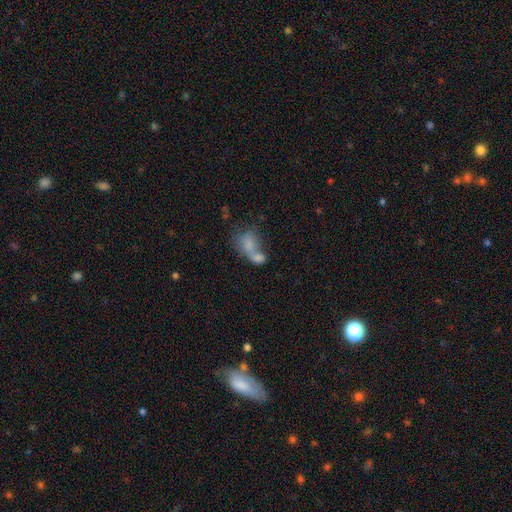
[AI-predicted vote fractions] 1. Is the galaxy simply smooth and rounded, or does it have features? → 71% smooth, 19% featured or disk, 10% star or artifact.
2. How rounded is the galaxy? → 75% in between, 22% round, 3% cigar-shaped.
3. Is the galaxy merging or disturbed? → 68% merger, 15% none, 10% major disturbance, 7% minor disturbance.